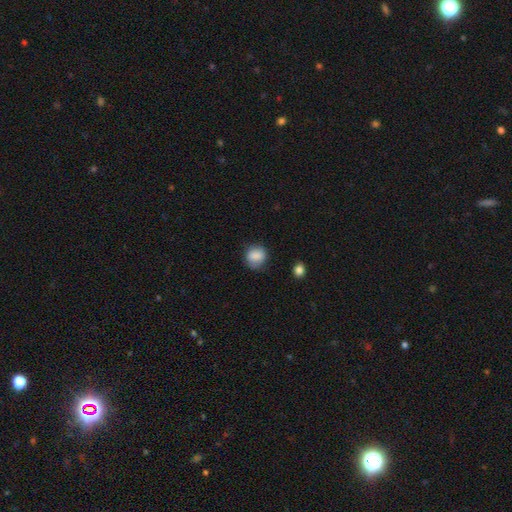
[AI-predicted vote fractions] Morphology: type=smooth (84%); roundness=round (71%); merging=none (72%).